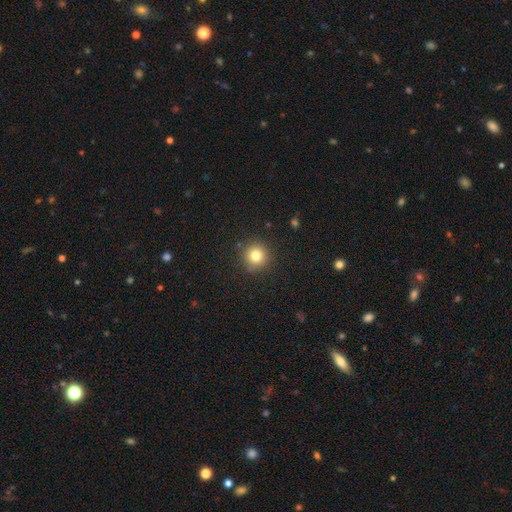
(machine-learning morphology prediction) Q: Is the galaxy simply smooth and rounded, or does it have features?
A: smooth — 81%.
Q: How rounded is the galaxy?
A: round — 94%.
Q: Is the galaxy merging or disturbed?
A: none — 88%.